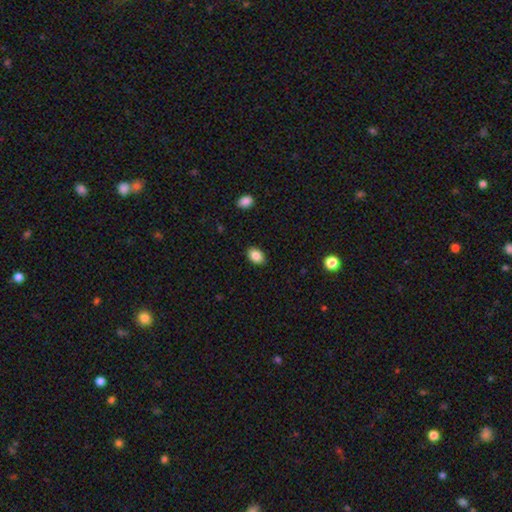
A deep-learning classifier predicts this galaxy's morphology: Smooth or featured: smooth — 87% (star or artifact — 8%)
How rounded: in between — 78% (round — 21%)
Merging: none — 89% (minor disturbance — 8%)